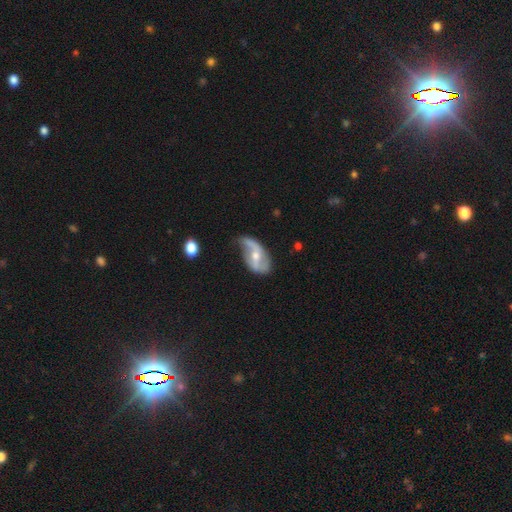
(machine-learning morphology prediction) This is likely a featured or disk galaxy (74%). It is clearly not viewed edge-on (94%). Bar: marginally weak (39%). Spiral arm pattern: clearly yes (81%). Spiral arm count: likely 2 (79%). Spiral winding: likely loose (68%). Central bulge: possibly moderate (58%). Merging: marginally none (43%).